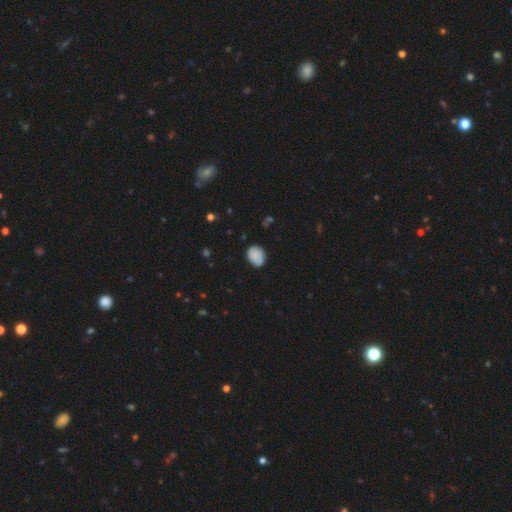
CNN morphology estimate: Smooth or featured? Predicted: smooth (p=0.84). How rounded? Predicted: in between (p=0.58). Merging? Predicted: none (p=0.75).